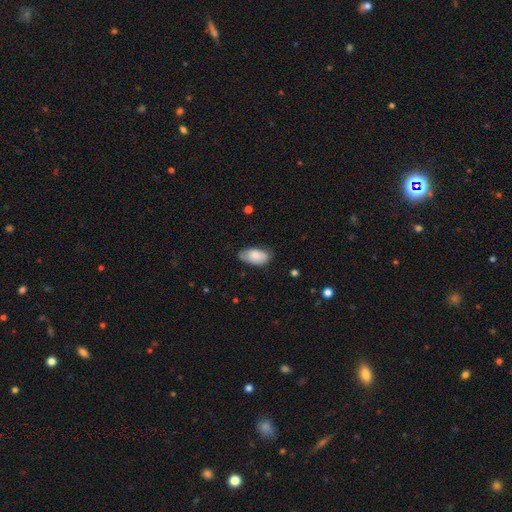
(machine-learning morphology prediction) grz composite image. It shows a smooth galaxy with no disk features (79%) that is in between round and cigar-shaped (94%). Merging: none (63%).